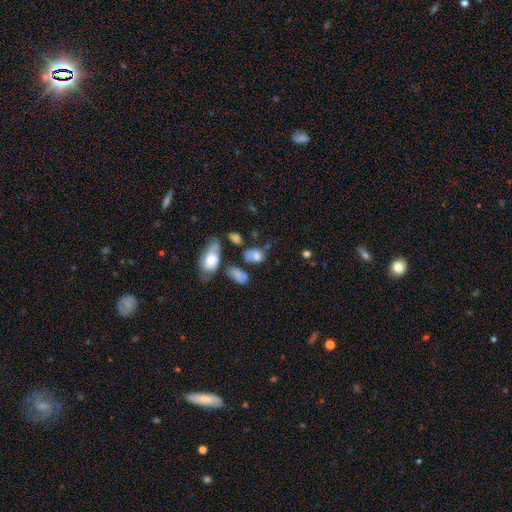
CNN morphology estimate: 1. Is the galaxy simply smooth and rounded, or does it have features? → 68% smooth, 20% featured or disk, 12% star or artifact.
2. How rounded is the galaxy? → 75% in between, 22% round, 3% cigar-shaped.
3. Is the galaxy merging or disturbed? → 38% none, 24% minor disturbance, 20% merger, 19% major disturbance.